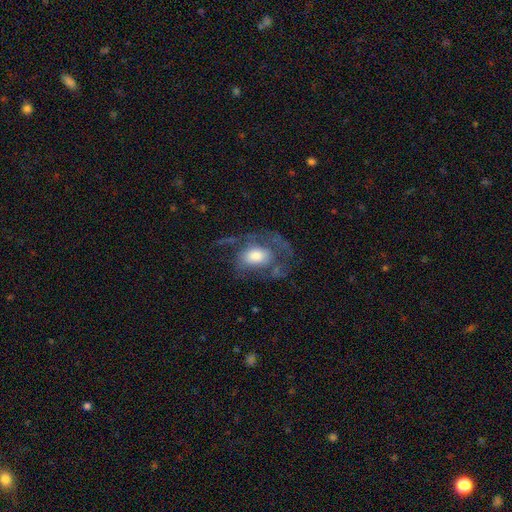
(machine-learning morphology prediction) smooth-or-featured: featured or disk: 58% | smooth: 33% | star or artifact: 8%
  disk-edge-on: no: 95% | yes: 5%
    bar: no: 76% | weak: 19% | strong: 5%
    has-spiral-arms: yes: 59% | no: 41%
    bulge-size: moderate: 47% | large: 36% | small: 11% | dominant: 4% | none: 3%
  merging: major disturbance: 40% | none: 36% | minor disturbance: 20% | merger: 3%